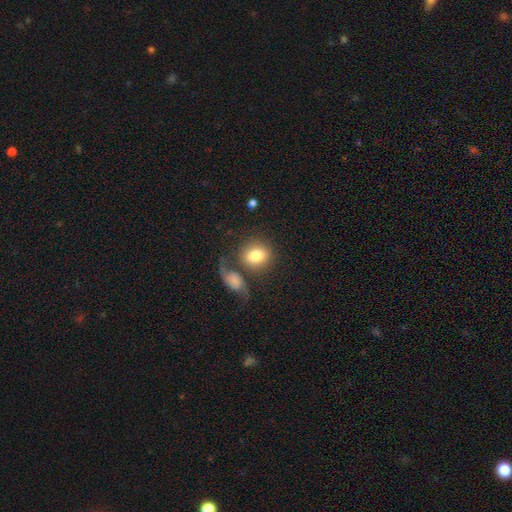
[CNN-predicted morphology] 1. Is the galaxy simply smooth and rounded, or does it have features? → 79% smooth, 14% featured or disk, 7% star or artifact.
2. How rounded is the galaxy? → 61% round, 38% in between, 2% cigar-shaped.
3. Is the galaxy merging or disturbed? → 53% none, 25% merger, 13% minor disturbance, 9% major disturbance.